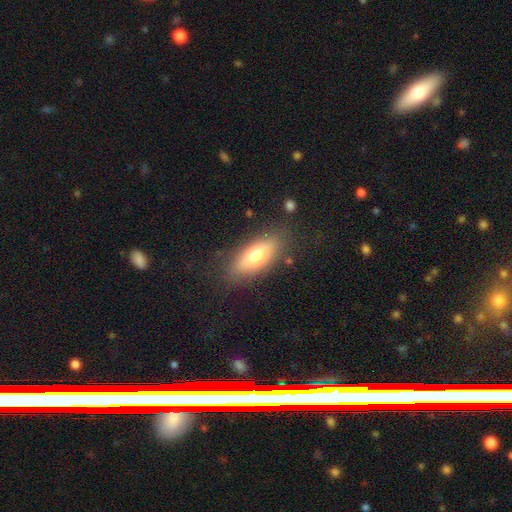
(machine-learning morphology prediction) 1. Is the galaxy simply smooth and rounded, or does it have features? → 69% smooth, 24% featured or disk, 7% star or artifact.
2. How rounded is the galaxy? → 73% in between, 25% cigar-shaped, 3% round.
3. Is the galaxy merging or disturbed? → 82% none, 12% minor disturbance, 4% major disturbance, 2% merger.